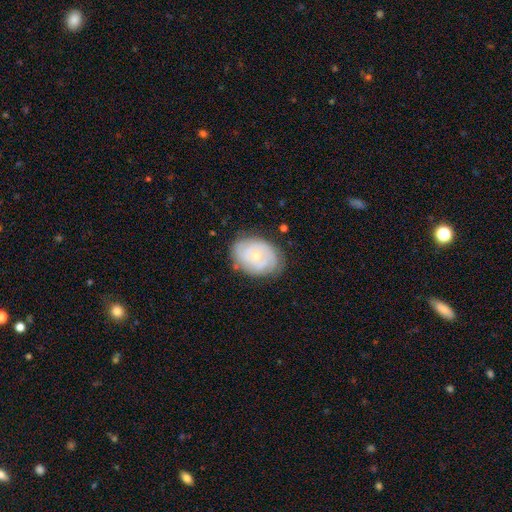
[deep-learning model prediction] Morphology: type=featured or disk (70%); edge-on=no (97%); bar=no (78%); spiral arms=yes (85%); winding=tight (73%); arm count=can't tell (42%); bulge=small (67%); merging=none (78%).